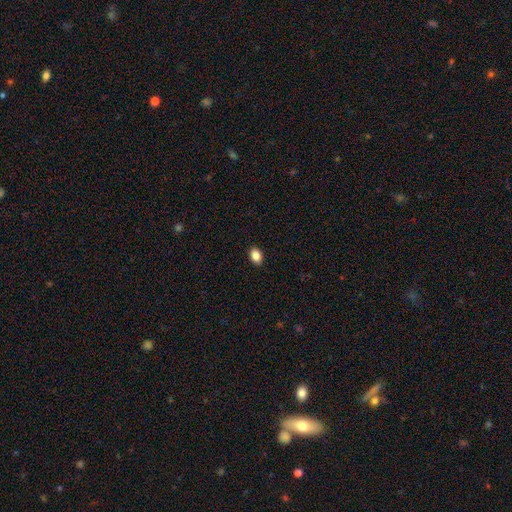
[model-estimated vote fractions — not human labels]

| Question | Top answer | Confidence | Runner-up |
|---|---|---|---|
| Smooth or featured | smooth | 86% | star or artifact (9%) |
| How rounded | in between | 75% | round (24%) |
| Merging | none | 90% | minor disturbance (7%) |